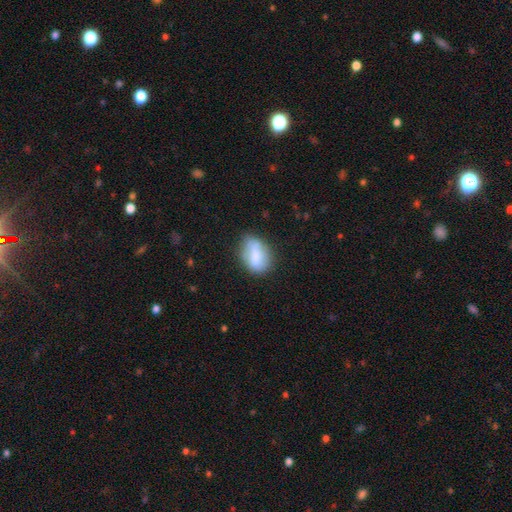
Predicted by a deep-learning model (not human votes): Q: Smooth or featured?
A: smooth (70%); runner-up: featured or disk (22%)
Q: How rounded?
A: in between (77%); runner-up: round (19%)
Q: Merging?
A: none (61%); runner-up: minor disturbance (26%)